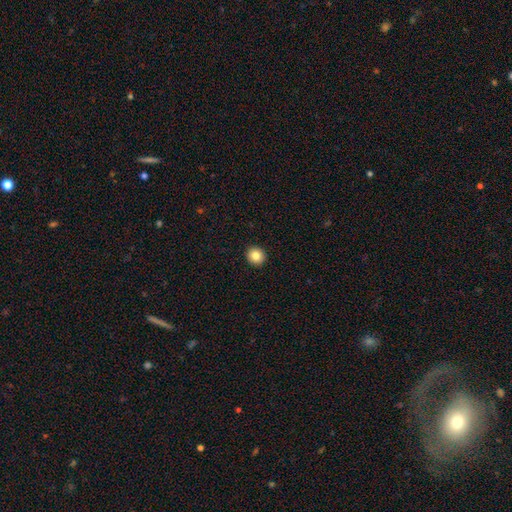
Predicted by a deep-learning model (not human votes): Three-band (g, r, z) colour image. It shows a smooth galaxy with no disk features (84%) that is round (91%). Merging: none (94%).